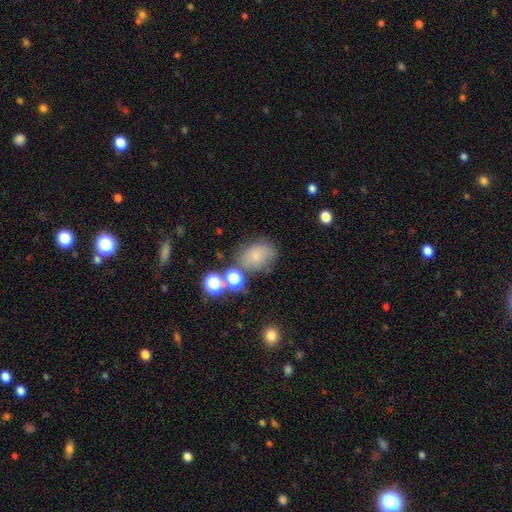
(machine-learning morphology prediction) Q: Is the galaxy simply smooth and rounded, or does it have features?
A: smooth — 67%.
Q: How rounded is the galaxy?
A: in between — 67%.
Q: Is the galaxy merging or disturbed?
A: none — 58%.